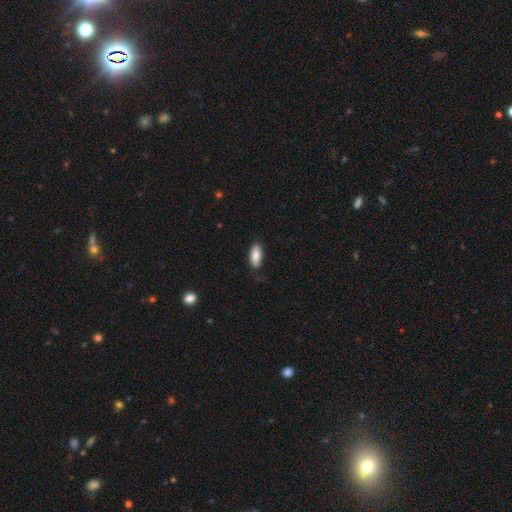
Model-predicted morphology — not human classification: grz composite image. It shows a smooth galaxy with no disk features (83%) that is in between round and cigar-shaped (85%). Merging: none (79%).